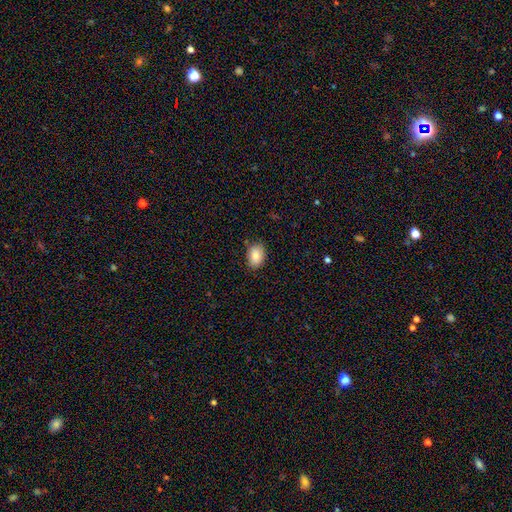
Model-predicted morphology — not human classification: A smooth galaxy with no disk features (84%) that is in between round and cigar-shaped (78%). Merging: none (80%).